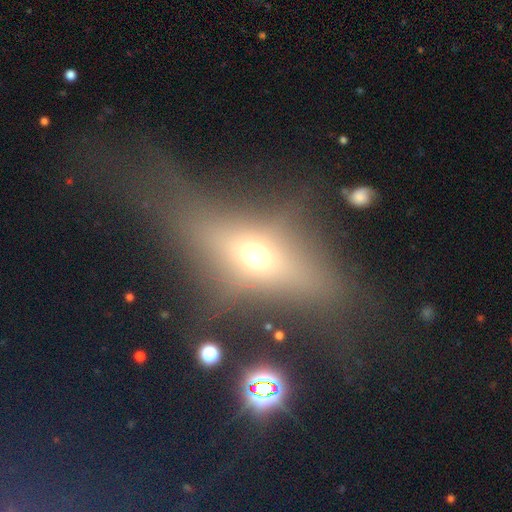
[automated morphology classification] Smooth or featured? featured or disk (43%)
Merging? none (47%)